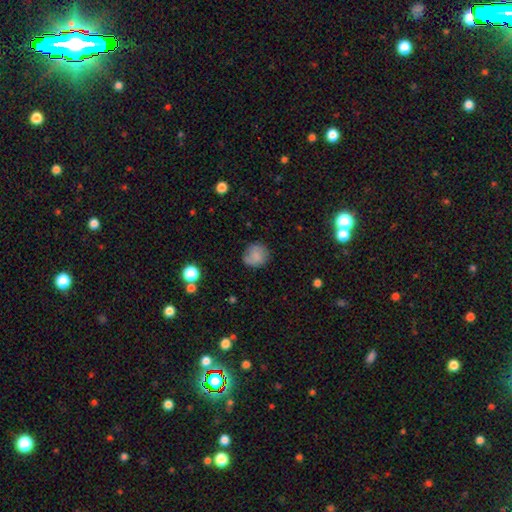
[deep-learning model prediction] The model was most divided on "smooth or featured": smooth: 71%, featured or disk: 19%, star or artifact: 9%. More confident: how rounded — round (84%); merging — none (72%).